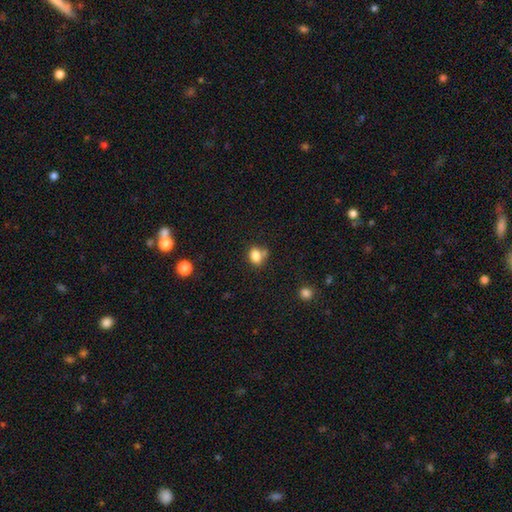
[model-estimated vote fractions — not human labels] Smooth or featured: smooth — 82% (star or artifact — 11%)
How rounded: in between — 57% (round — 42%)
Merging: none — 55% (merger — 23%)